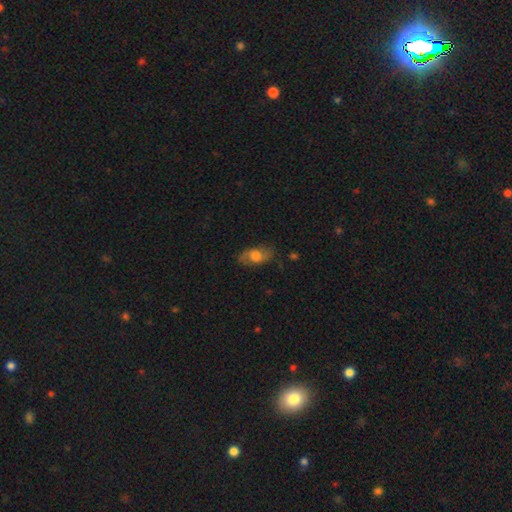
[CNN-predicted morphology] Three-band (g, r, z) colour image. It shows a featured or disk galaxy (53%). Merging: none (75%).